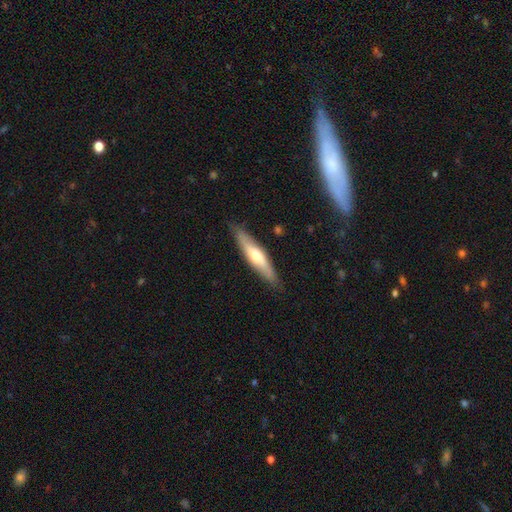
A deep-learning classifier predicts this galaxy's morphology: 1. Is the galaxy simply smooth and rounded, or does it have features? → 49% featured or disk, 46% smooth, 5% star or artifact.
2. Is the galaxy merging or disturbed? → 85% none, 11% minor disturbance, 2% major disturbance, 1% merger.